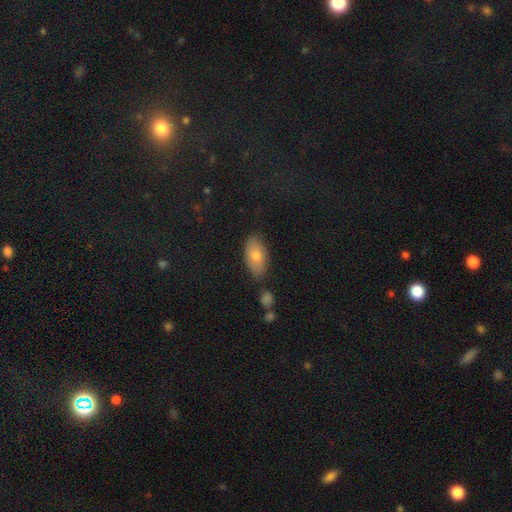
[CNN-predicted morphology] smooth 76%, featured or disk 16%, star or artifact 9%. Down the decision tree: how rounded — in between (92%); merging — none (75%).